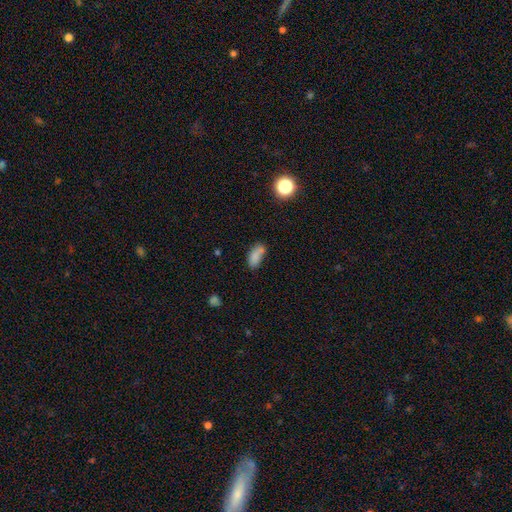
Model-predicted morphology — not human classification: Smooth or featured? smooth (79%)
How rounded? in between (85%)
Merging? none (51%)